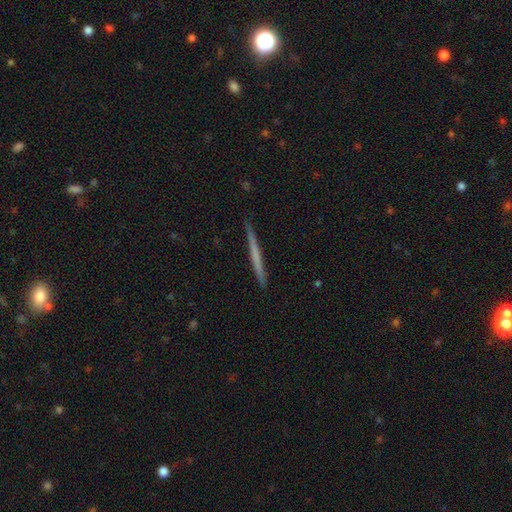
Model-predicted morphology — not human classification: A featured or disk galaxy (49%).

Vote fractions:
- Smooth or featured? featured or disk: 49% / smooth: 46% / star or artifact: 5%
- Merging? none: 91% / minor disturbance: 7% / major disturbance: 1% / merger: 1%